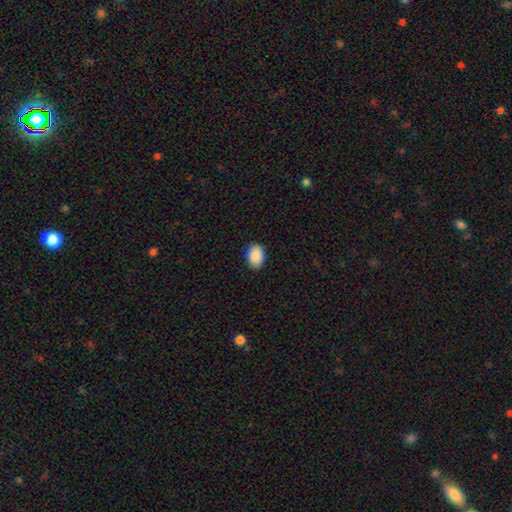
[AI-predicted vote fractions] Smooth or featured? smooth (90%)
How rounded? in between (81%)
Merging? none (89%)